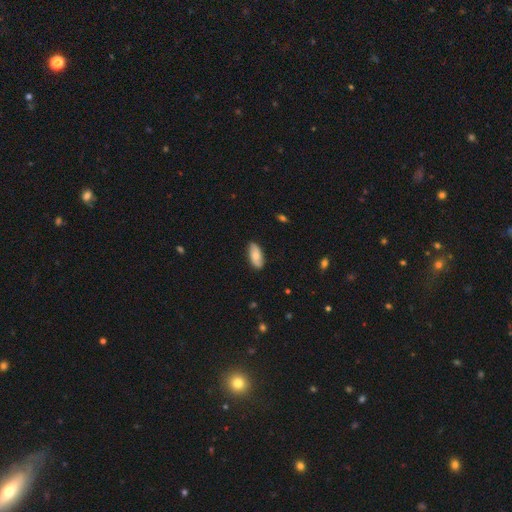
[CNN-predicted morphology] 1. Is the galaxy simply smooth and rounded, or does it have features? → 60% smooth, 34% featured or disk, 7% star or artifact.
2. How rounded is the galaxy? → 89% in between, 9% cigar-shaped, 3% round.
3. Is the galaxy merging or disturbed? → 81% none, 16% minor disturbance, 3% major disturbance, 1% merger.